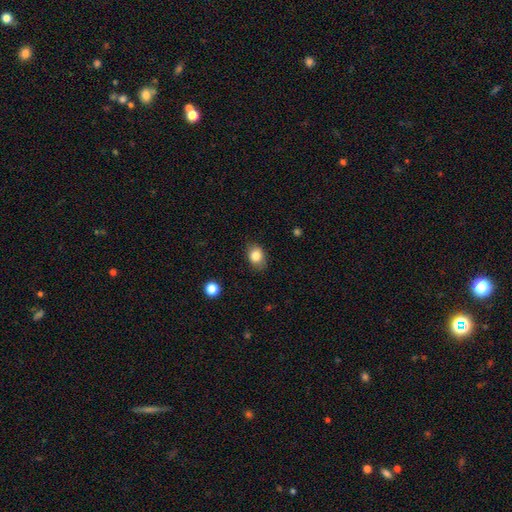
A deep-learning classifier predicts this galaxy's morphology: Q: Smooth or featured?
A: smooth (83%); runner-up: star or artifact (9%)
Q: How rounded?
A: in between (72%); runner-up: round (26%)
Q: Merging?
A: none (82%); runner-up: minor disturbance (14%)